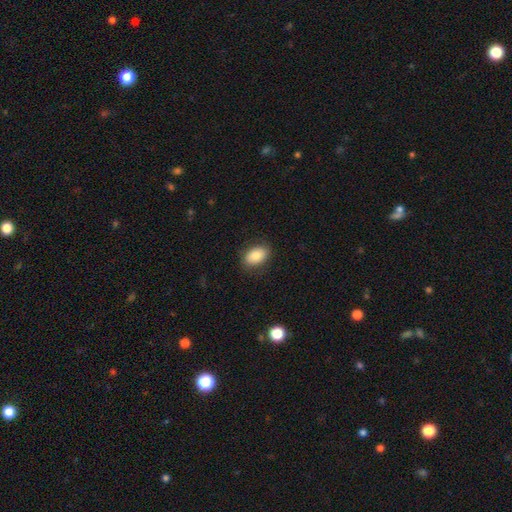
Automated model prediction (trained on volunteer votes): The model was most divided on "merging": none: 85%, minor disturbance: 11%, major disturbance: 3%, merger: 1%. More confident: how rounded — in between (87%); smooth or featured — smooth (84%).